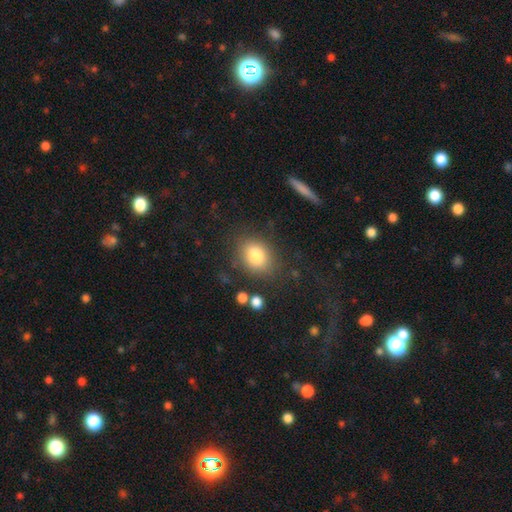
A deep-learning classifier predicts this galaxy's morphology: Smooth or featured? Predicted: smooth (p=0.80). How rounded? Predicted: in between (p=0.55). Merging? Predicted: none (p=0.78).